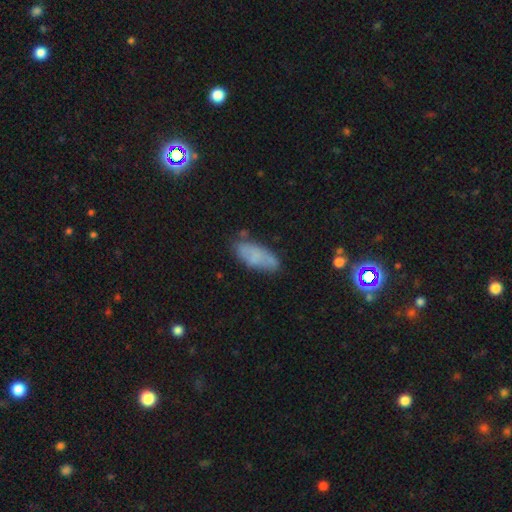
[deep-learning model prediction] Smooth or featured? Predicted: smooth (p=0.65). How rounded? Predicted: in between (p=0.77). Merging? Predicted: none (p=0.65).